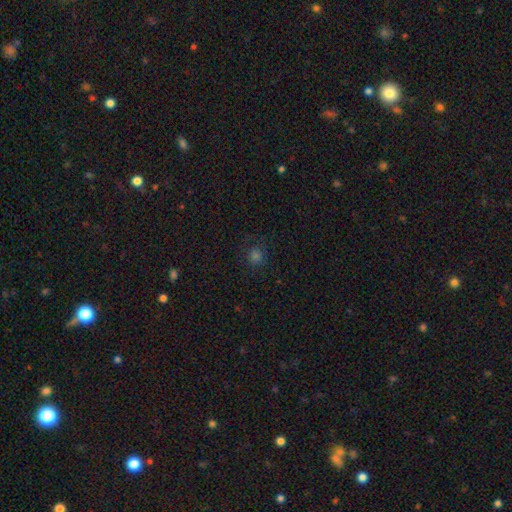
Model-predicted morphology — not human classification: type=smooth (66%); roundness=round (90%); merging=none (82%).